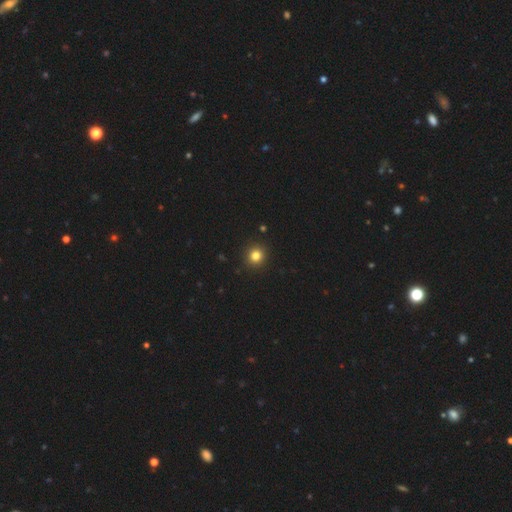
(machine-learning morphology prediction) Overall: smooth (82%). How rounded: round (91%). Merging: none (93%).